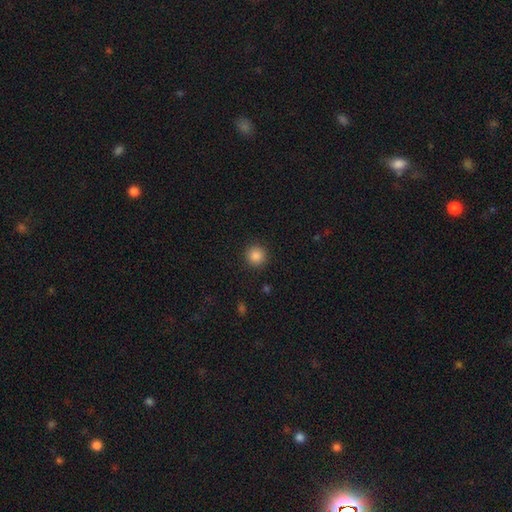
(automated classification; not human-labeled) This appears to be a smooth galaxy with no disk features (87%) that is round (95%). Merging: none (91%).